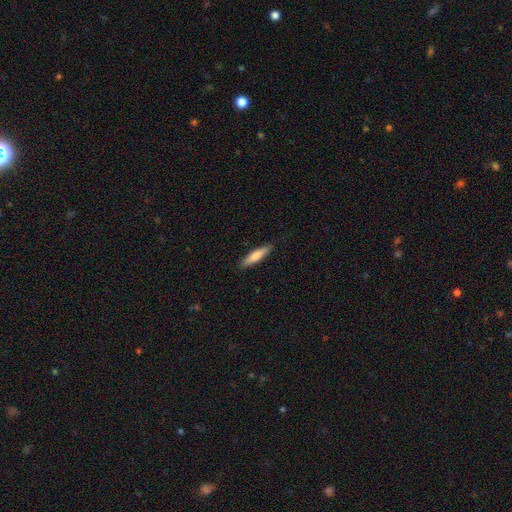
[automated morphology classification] Smooth or featured?
  - smooth: 77% *
  - featured or disk: 18%
  - star or artifact: 5%
How rounded?
  - cigar-shaped: 79% *
  - in between: 20%
  - round: 1%
Merging?
  - none: 89% *
  - minor disturbance: 9%
  - major disturbance: 2%
  - merger: 1%